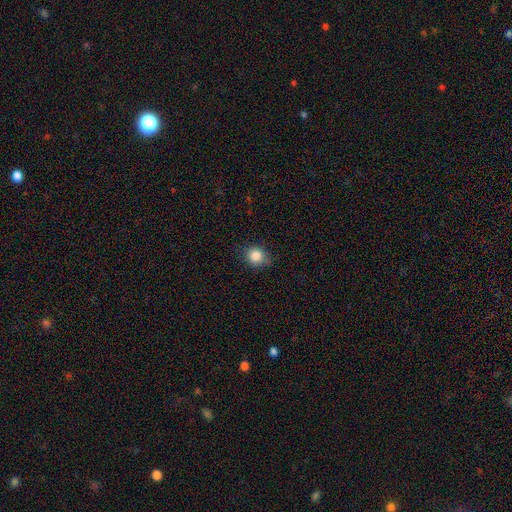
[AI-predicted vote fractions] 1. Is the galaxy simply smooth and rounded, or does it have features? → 84% smooth, 10% star or artifact, 6% featured or disk.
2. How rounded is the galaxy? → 73% round, 26% in between, 1% cigar-shaped.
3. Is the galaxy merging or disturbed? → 78% none, 18% minor disturbance, 4% major disturbance, 1% merger.